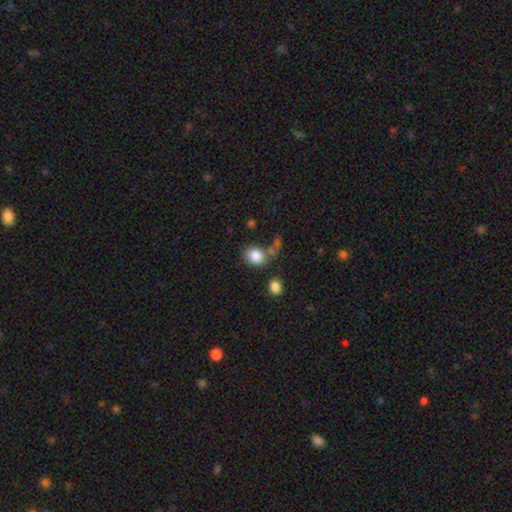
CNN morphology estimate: Q: Smooth or featured?
A: smooth (84%); runner-up: star or artifact (9%)
Q: How rounded?
A: round (67%); runner-up: in between (32%)
Q: Merging?
A: none (56%); runner-up: merger (19%)